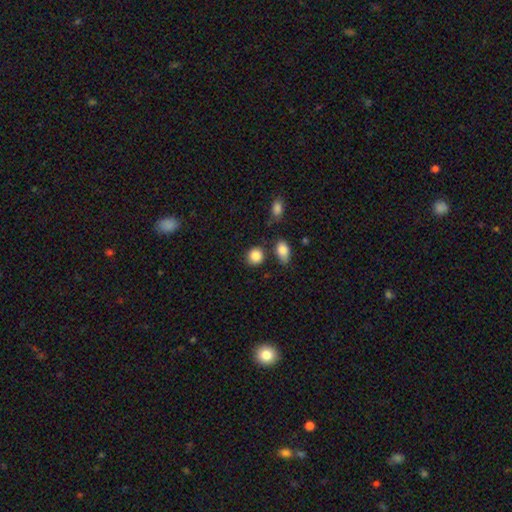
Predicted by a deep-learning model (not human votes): Smooth or featured: smooth — 87% (star or artifact — 8%)
How rounded: round — 76% (in between — 22%)
Merging: none — 77% (minor disturbance — 12%)